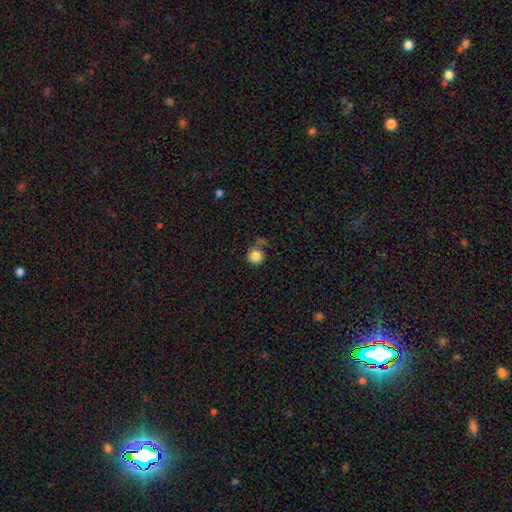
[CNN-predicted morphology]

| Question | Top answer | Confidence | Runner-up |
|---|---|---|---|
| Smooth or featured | smooth | 84% | star or artifact (10%) |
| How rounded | round | 93% | in between (6%) |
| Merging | none | 68% | minor disturbance (16%) |